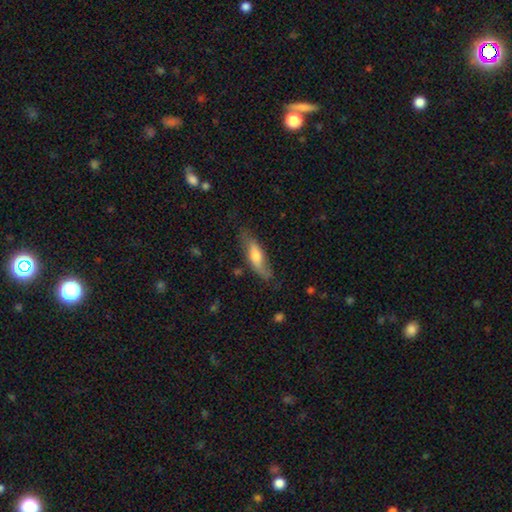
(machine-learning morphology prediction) This appears to be a smooth galaxy with no disk features (55%) that is cigar-shaped (54%). Merging: none (68%).